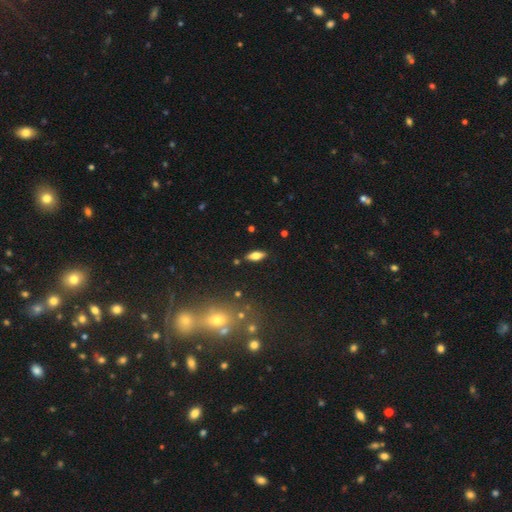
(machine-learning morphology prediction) smooth-or-featured: smooth: 66% | featured or disk: 25% | star or artifact: 9%
  how-rounded: in between: 76% | cigar-shaped: 21% | round: 3%
  merging: none: 86% | minor disturbance: 10% | major disturbance: 2% | merger: 2%